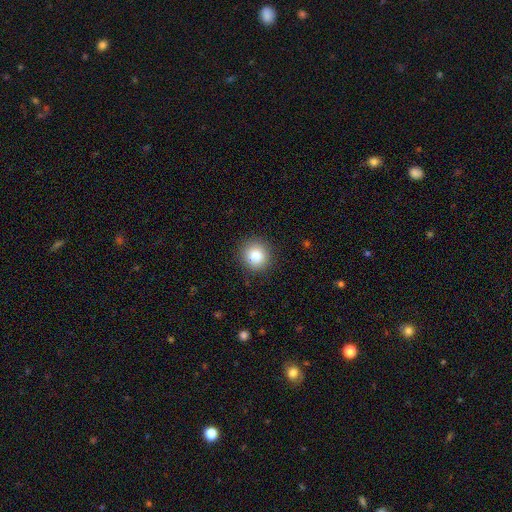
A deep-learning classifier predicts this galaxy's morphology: A smooth galaxy with no disk features (85%) that is round (91%). Merging: none (90%).